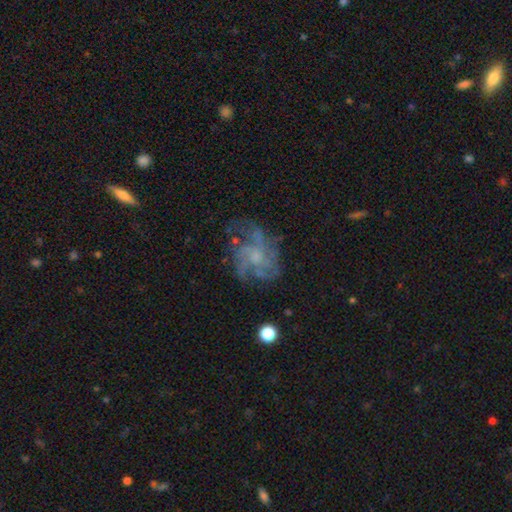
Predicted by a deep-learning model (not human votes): Q: Smooth or featured?
A: featured or disk (75%); runner-up: smooth (14%)
Q: Edge-on disk?
A: no (98%); runner-up: yes (2%)
Q: Bar?
A: no (74%); runner-up: weak (23%)
Q: Spiral arms?
A: yes (85%); runner-up: no (15%)
Q: Spiral winding?
A: medium (45%); runner-up: tight (30%)
Q: Spiral arm count?
A: can't tell (32%); runner-up: 4 (26%)
Q: Bulge size?
A: small (38%); runner-up: moderate (35%)
Q: Merging?
A: none (63%); runner-up: minor disturbance (18%)